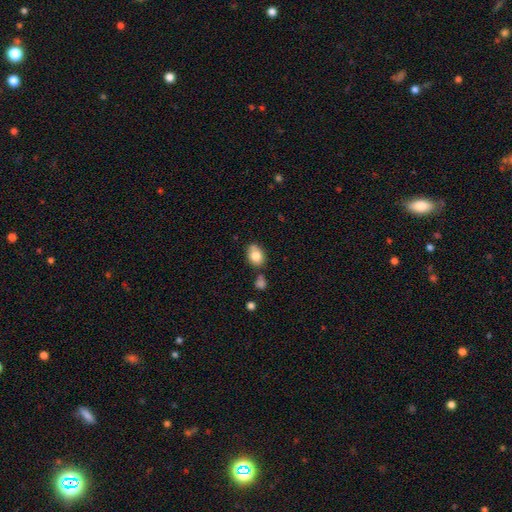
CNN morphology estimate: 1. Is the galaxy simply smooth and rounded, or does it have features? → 81% smooth, 10% featured or disk, 8% star or artifact.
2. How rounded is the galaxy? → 67% in between, 32% round, 1% cigar-shaped.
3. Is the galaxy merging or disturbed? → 66% none, 18% minor disturbance, 12% merger, 4% major disturbance.